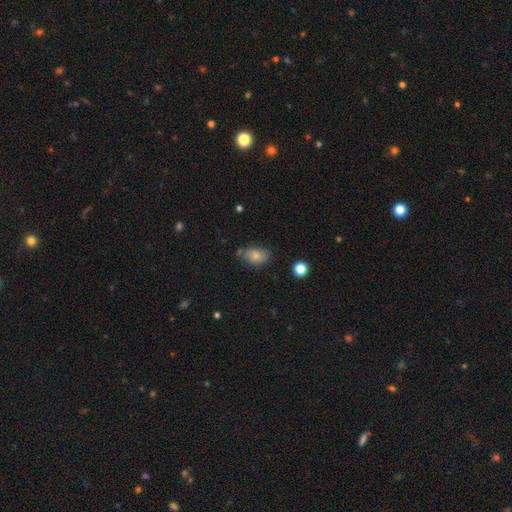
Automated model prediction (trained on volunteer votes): Smooth or featured? smooth (75%)
How rounded? in between (83%)
Merging? none (68%)